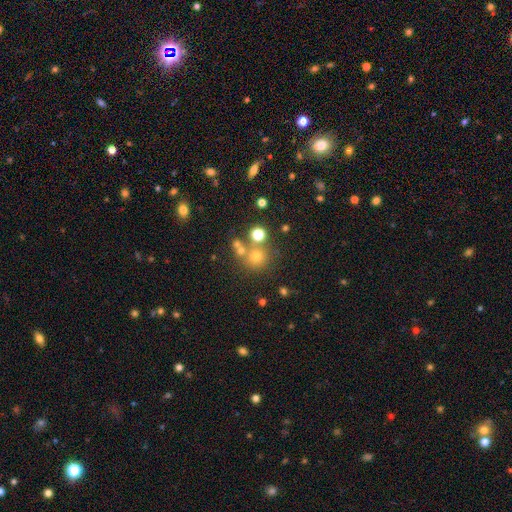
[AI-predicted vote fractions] Smooth or featured? Predicted: smooth (p=0.63). How rounded? Predicted: round (p=0.88). Merging? Predicted: none (p=0.65).